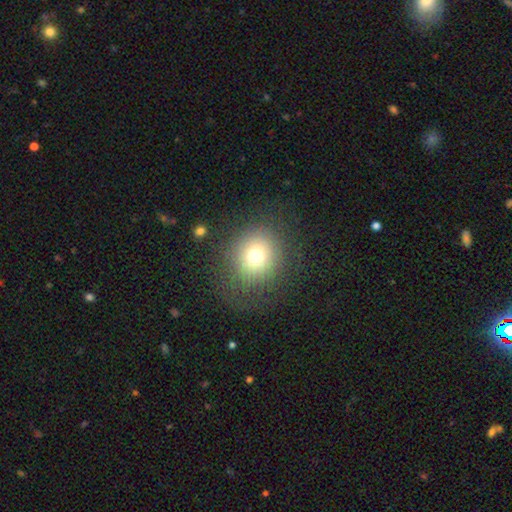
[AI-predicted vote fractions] smooth_or_featured: smooth (p=0.70) [alt: star or artifact p=0.16]
how_rounded: round (p=0.84) [alt: in between p=0.15]
merging: none (p=0.79) [alt: minor disturbance p=0.11]